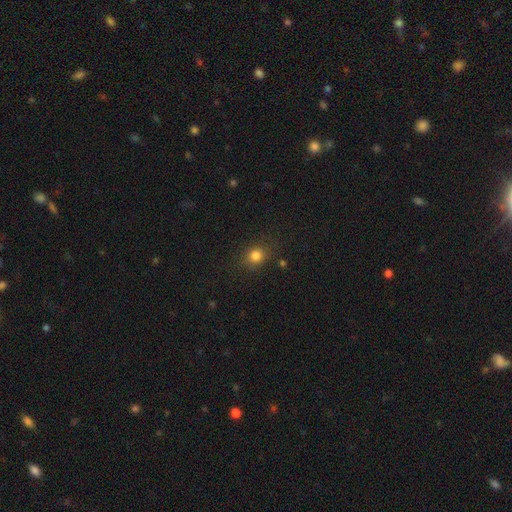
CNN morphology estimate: type=smooth (81%); roundness=round (74%); merging=none (83%).